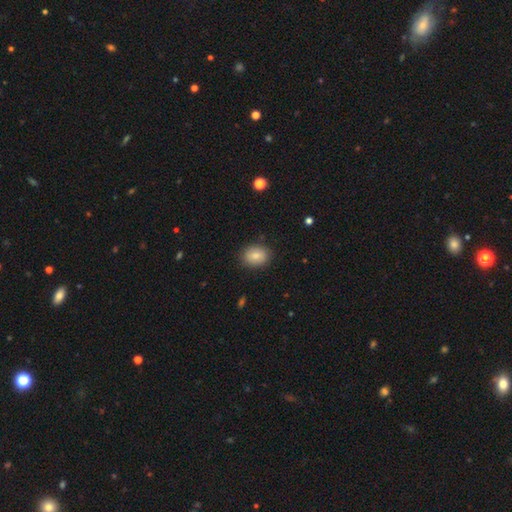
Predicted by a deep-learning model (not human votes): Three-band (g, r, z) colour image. It shows a smooth galaxy with no disk features (81%) that is in between round and cigar-shaped (60%). Merging: none (86%).